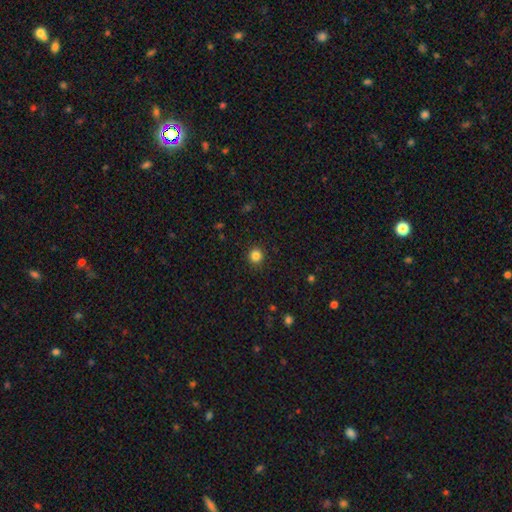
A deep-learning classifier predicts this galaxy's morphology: A smooth galaxy with no disk features (84%) that is round (93%). Merging: none (92%).